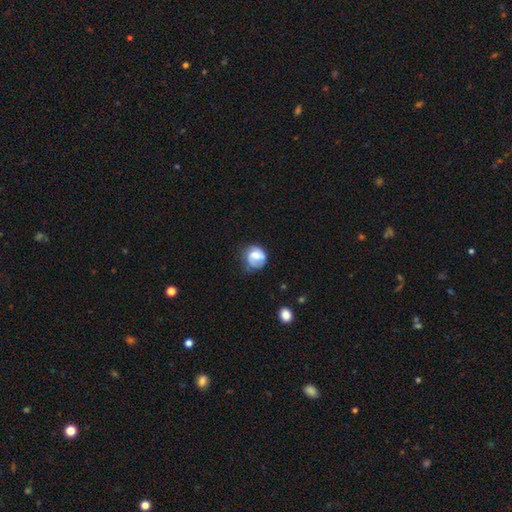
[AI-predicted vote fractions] The model was most divided on "smooth or featured": smooth: 55%, featured or disk: 37%, star or artifact: 8%. More confident: how rounded — round (78%); merging — none (54%).